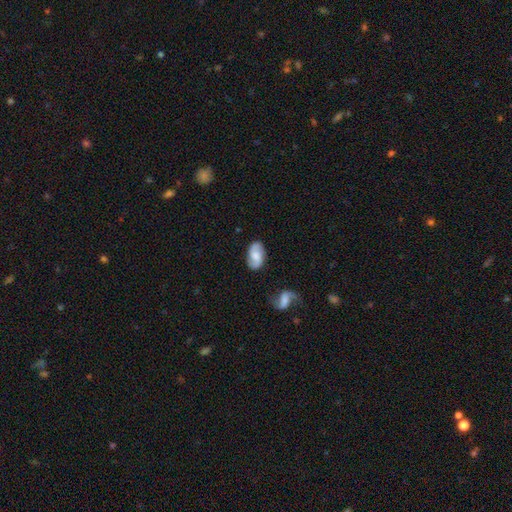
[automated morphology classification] A featured or disk galaxy (66%) with no bar (53%), 2 (90%) medium (45%) spiral arms (93%) and a moderate central bulge (50%).

Vote fractions:
- Smooth or featured? featured or disk: 66% / smooth: 27% / star or artifact: 7%
- Edge-on disk? no: 96% / yes: 4%
- Bar? no: 53% / weak: 38% / strong: 8%
- Spiral arms? yes: 93% / no: 7%
- Spiral winding? medium: 45% / loose: 34% / tight: 20%
- Spiral arm count? 2: 90% / can't tell: 5% / 1: 2% / 3: 1% / 4: 1% / more than 4: 1%
- Bulge size? moderate: 50% / small: 25% / none: 12% / large: 11% / dominant: 2%
- Merging? none: 80% / minor disturbance: 13% / merger: 3% / major disturbance: 3%